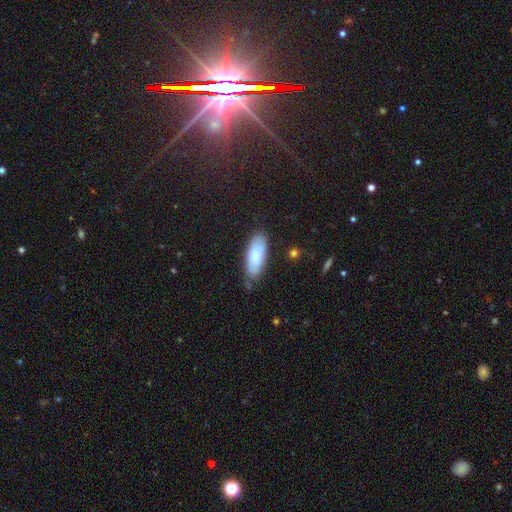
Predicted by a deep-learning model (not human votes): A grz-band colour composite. It shows a smooth galaxy with no disk features (83%) that is in between round and cigar-shaped (72%). Merging: none (74%).